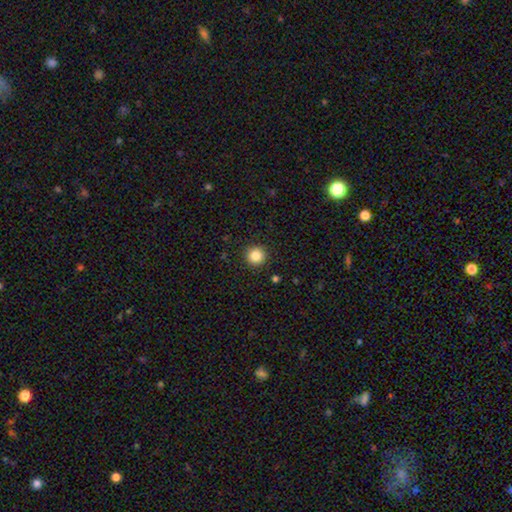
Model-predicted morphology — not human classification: Overall: smooth (85%). How rounded: round (95%). Merging: none (92%).